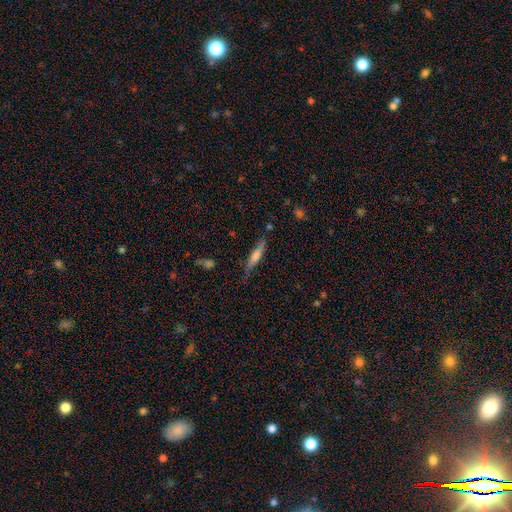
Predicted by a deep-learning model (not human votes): A smooth galaxy with no disk features (49%). Merging: none (73%).